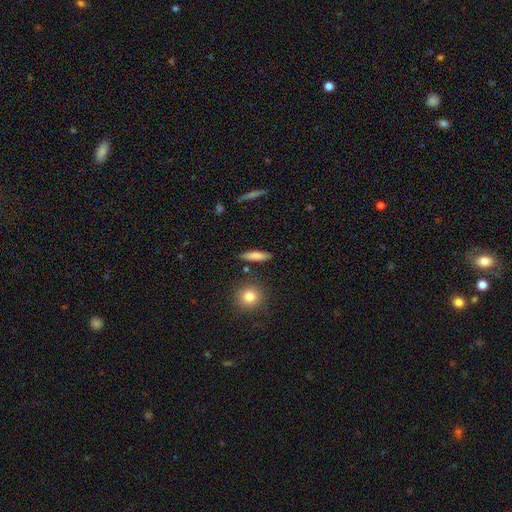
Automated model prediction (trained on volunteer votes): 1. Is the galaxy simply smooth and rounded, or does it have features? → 78% smooth, 14% featured or disk, 8% star or artifact.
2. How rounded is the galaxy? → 69% cigar-shaped, 26% in between, 5% round.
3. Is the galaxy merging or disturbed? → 87% none, 8% minor disturbance, 3% merger, 2% major disturbance.